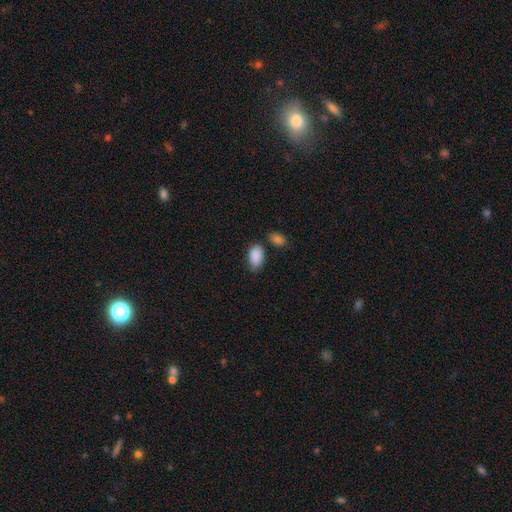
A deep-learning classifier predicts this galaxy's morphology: A smooth galaxy with no disk features (90%) that is in between round and cigar-shaped (94%).

Vote fractions:
- Smooth or featured? smooth: 90% / star or artifact: 7% / featured or disk: 4%
- How rounded? in between: 94% / round: 5% / cigar-shaped: 2%
- Merging? none: 70% / minor disturbance: 17% / merger: 10% / major disturbance: 4%